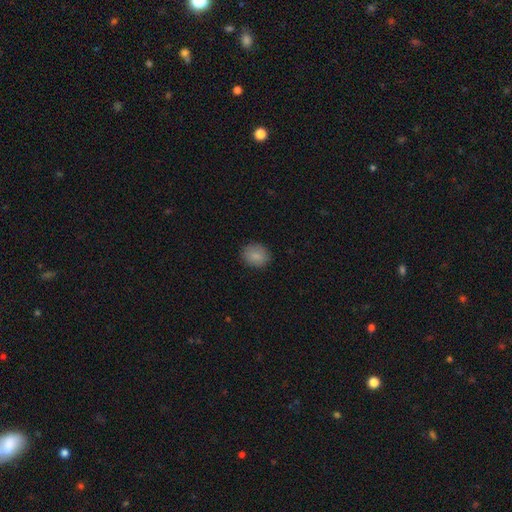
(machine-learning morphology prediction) Smooth or featured: smooth — 87% (star or artifact — 8%)
How rounded: round — 65% (in between — 34%)
Merging: none — 87% (minor disturbance — 9%)